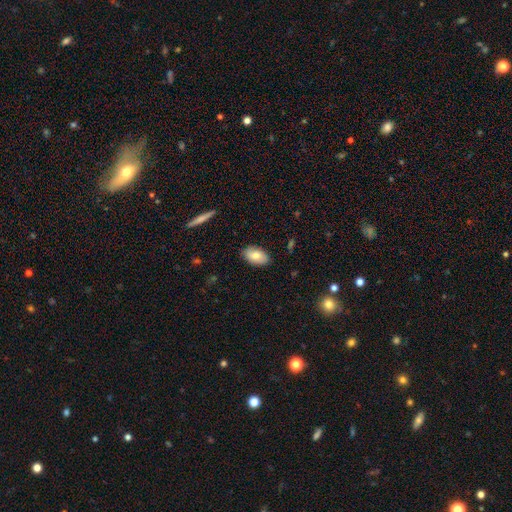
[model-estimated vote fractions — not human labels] smooth_or_featured: smooth (p=0.79) [alt: featured or disk p=0.14]
how_rounded: in between (p=0.94) [alt: round p=0.04]
merging: none (p=0.86) [alt: minor disturbance p=0.10]